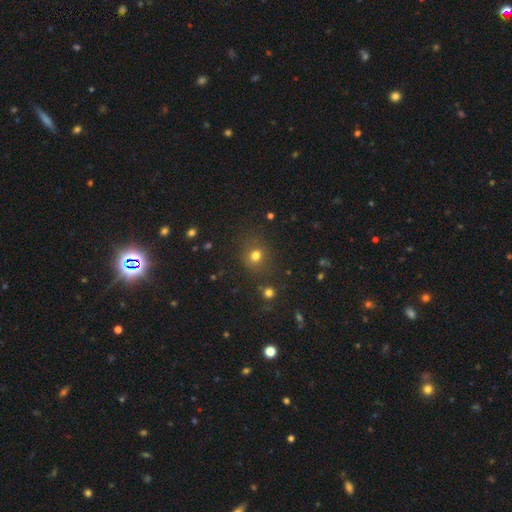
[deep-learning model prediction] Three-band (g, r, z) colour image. It shows a smooth galaxy with no disk features (73%) that is round (76%). Merging: none (78%).